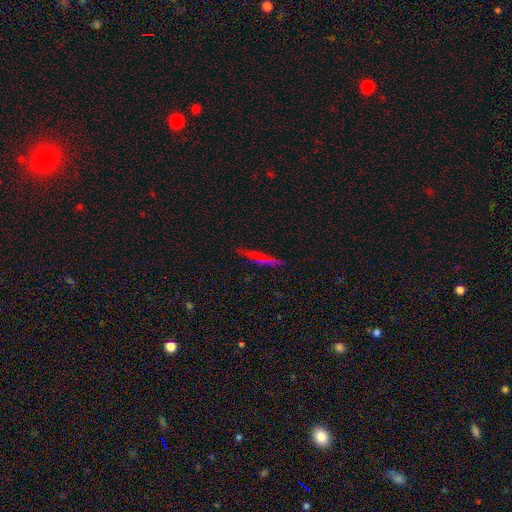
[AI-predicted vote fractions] smooth 46%, featured or disk 37%, star or artifact 17%. Down the decision tree: merging — none (81%).